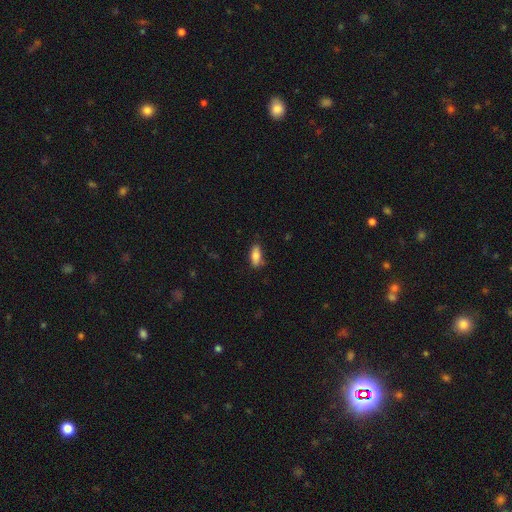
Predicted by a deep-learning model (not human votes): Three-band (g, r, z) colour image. It shows a smooth galaxy with no disk features (80%) that is in between round and cigar-shaped (81%). Merging: none (75%).